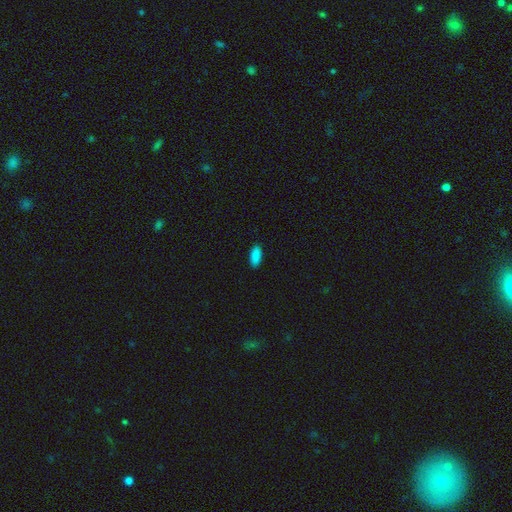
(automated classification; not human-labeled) Smooth or featured?
  - smooth: 89% *
  - star or artifact: 7%
  - featured or disk: 3%
How rounded?
  - in between: 84% *
  - cigar-shaped: 14%
  - round: 2%
Merging?
  - none: 90% *
  - minor disturbance: 8%
  - major disturbance: 2%
  - merger: 1%